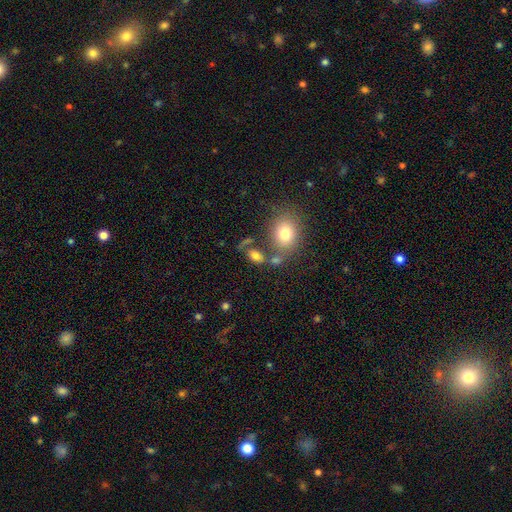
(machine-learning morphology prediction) A smooth galaxy with no disk features (76%) that is in between round and cigar-shaped (81%).

Vote fractions:
- Smooth or featured? smooth: 76% / star or artifact: 12% / featured or disk: 12%
- How rounded? in between: 81% / round: 15% / cigar-shaped: 4%
- Merging? none: 53% / merger: 23% / minor disturbance: 15% / major disturbance: 9%